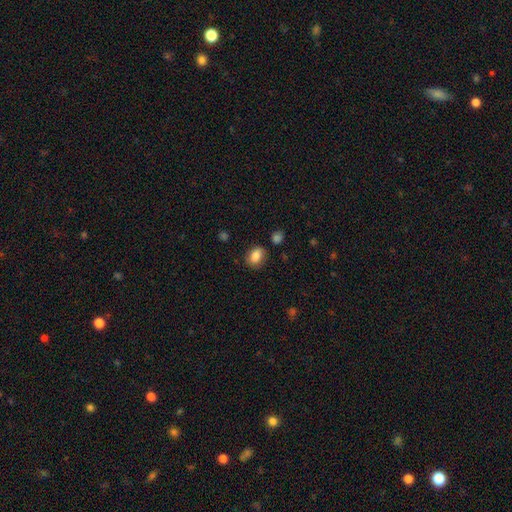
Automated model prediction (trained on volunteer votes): Smooth or featured?
  - smooth: 83% *
  - star or artifact: 9%
  - featured or disk: 8%
How rounded?
  - in between: 71% *
  - round: 28%
  - cigar-shaped: 2%
Merging?
  - none: 76% *
  - minor disturbance: 17%
  - major disturbance: 4%
  - merger: 3%